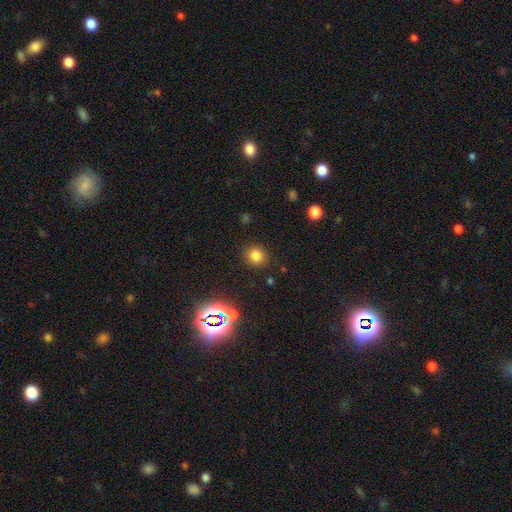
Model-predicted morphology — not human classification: The model was most divided on "smooth or featured": smooth: 78%, star or artifact: 17%, featured or disk: 6%. More confident: merging — none (88%); how rounded — round (84%).